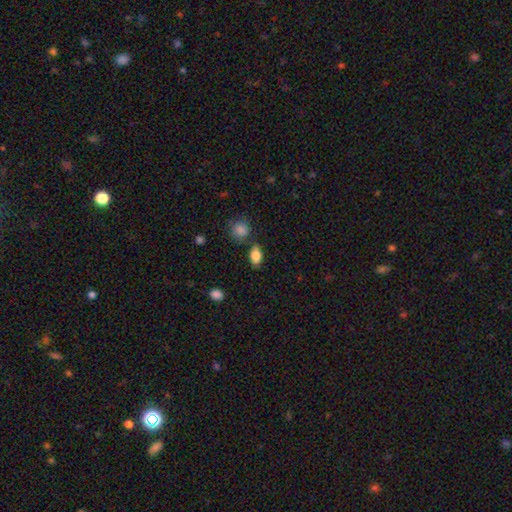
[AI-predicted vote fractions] A smooth galaxy with no disk features (82%) that is in between round and cigar-shaped (86%).

Vote fractions:
- Smooth or featured? smooth: 82% / featured or disk: 9% / star or artifact: 8%
- How rounded? in between: 86% / round: 10% / cigar-shaped: 4%
- Merging? none: 78% / minor disturbance: 13% / merger: 6% / major disturbance: 3%